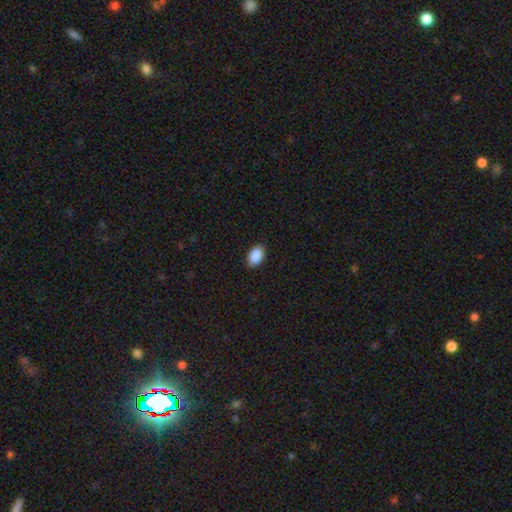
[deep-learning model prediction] Smooth or featured?
  - smooth: 90% *
  - star or artifact: 7%
  - featured or disk: 3%
How rounded?
  - in between: 91% *
  - round: 7%
  - cigar-shaped: 1%
Merging?
  - none: 88% *
  - minor disturbance: 9%
  - major disturbance: 2%
  - merger: 1%